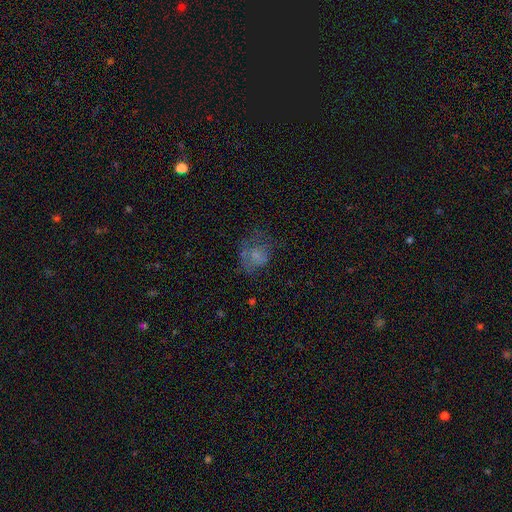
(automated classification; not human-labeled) Smooth or featured? Predicted: smooth (p=0.56). How rounded? Predicted: round (p=0.56). Merging? Predicted: none (p=0.42).